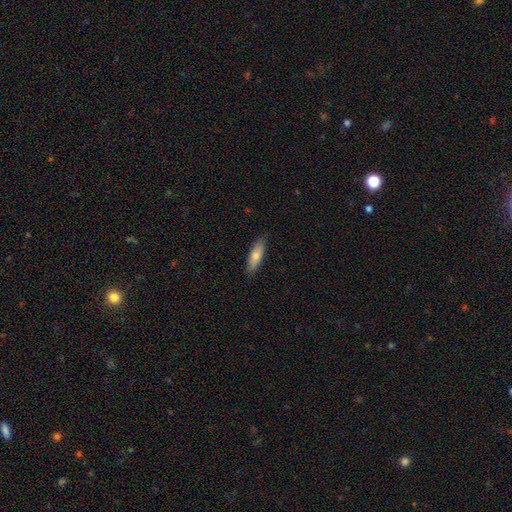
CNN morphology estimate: This appears to be a smooth galaxy with no disk features (72%) that is cigar-shaped (52%). Merging: none (86%).